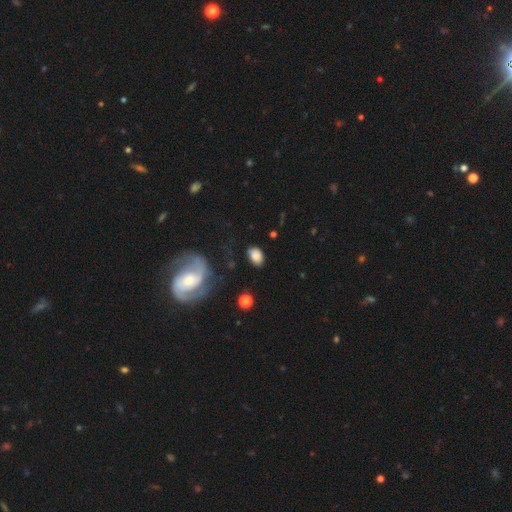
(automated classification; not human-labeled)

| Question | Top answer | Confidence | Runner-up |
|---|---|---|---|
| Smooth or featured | smooth | 77% | featured or disk (14%) |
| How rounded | in between | 82% | round (17%) |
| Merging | none | 71% | minor disturbance (17%) |